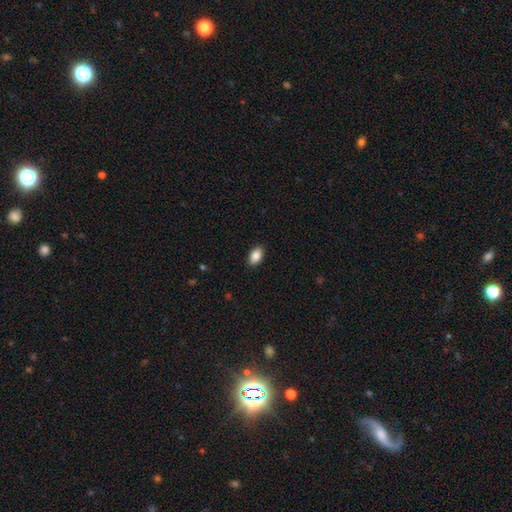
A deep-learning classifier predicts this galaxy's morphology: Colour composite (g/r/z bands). It shows a smooth galaxy with no disk features (87%) that is in between round and cigar-shaped (92%). Merging: none (89%).